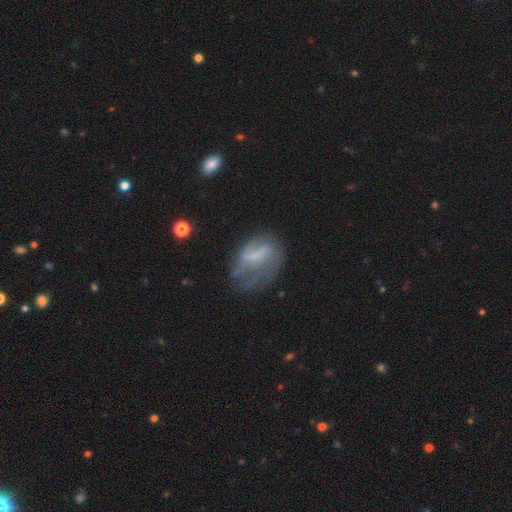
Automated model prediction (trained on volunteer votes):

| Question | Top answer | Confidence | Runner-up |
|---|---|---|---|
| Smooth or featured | featured or disk | 53% | smooth (36%) |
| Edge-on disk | no | 95% | yes (5%) |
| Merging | none | 35% | major disturbance (34%) |